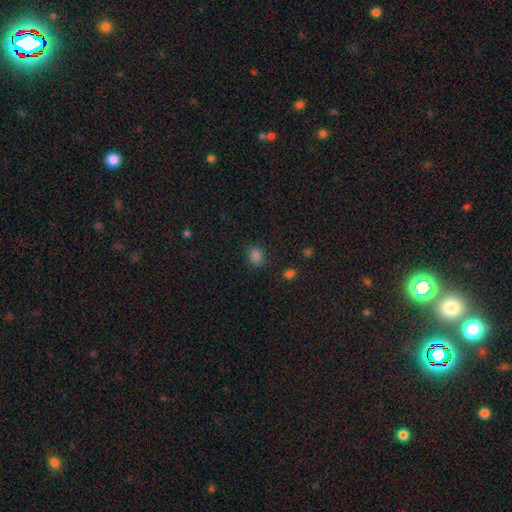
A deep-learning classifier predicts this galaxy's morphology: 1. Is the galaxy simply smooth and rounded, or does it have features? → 82% smooth, 15% star or artifact, 3% featured or disk.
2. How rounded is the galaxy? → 60% round, 39% in between, 1% cigar-shaped.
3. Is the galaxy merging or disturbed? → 83% none, 12% minor disturbance, 3% major disturbance, 2% merger.